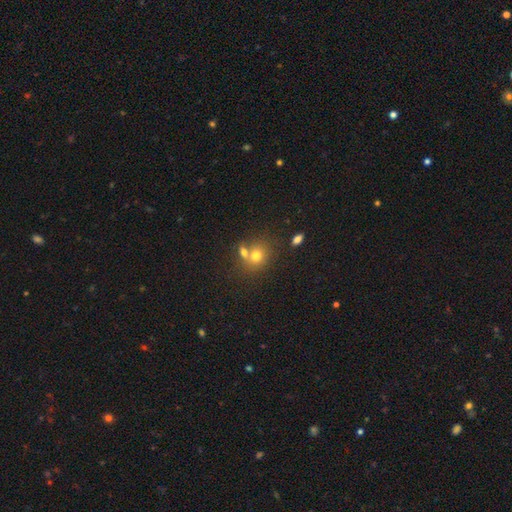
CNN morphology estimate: Smooth or featured? Predicted: smooth (p=0.73). How rounded? Predicted: round (p=0.69). Merging? Predicted: none (p=0.45).